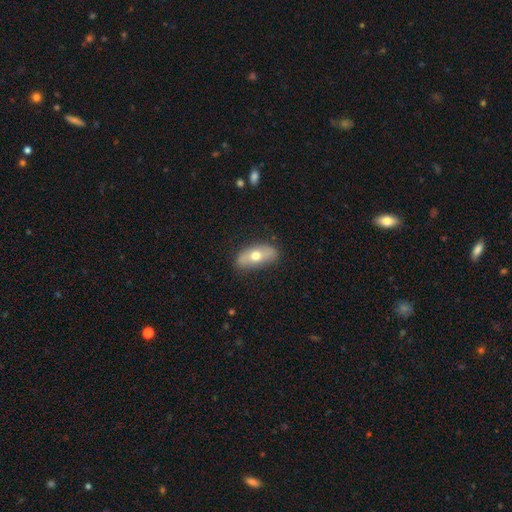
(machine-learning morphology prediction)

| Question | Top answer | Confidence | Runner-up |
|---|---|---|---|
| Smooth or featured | smooth | 59% | featured or disk (35%) |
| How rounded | in between | 82% | cigar-shaped (13%) |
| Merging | none | 80% | minor disturbance (15%) |